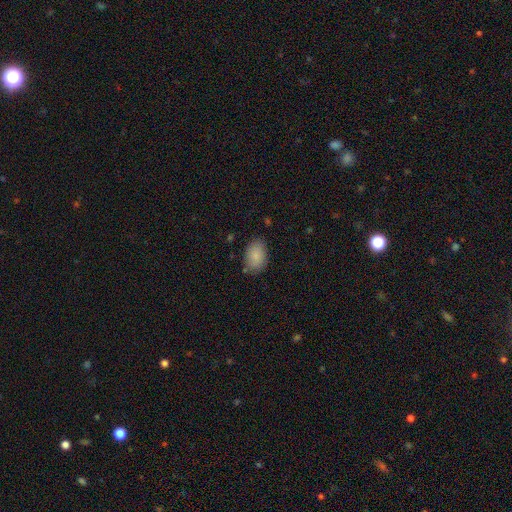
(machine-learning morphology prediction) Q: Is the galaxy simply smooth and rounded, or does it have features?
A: smooth — 87%.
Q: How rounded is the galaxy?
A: in between — 89%.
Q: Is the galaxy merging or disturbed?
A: none — 79%.